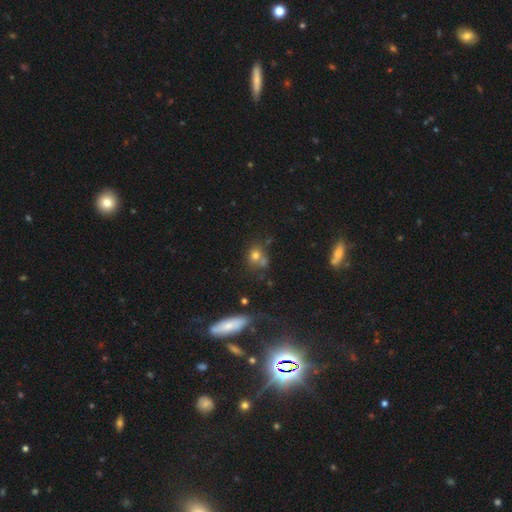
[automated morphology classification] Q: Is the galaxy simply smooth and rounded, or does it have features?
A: smooth — 70%.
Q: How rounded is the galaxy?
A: round — 72%.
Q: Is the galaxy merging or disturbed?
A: none — 49%.